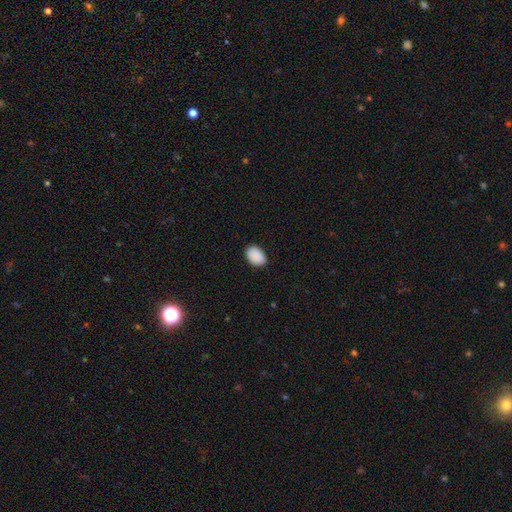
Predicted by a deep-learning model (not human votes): This is clearly a smooth galaxy (90%). How rounded: clearly in between (85%). Merging: clearly none (84%).